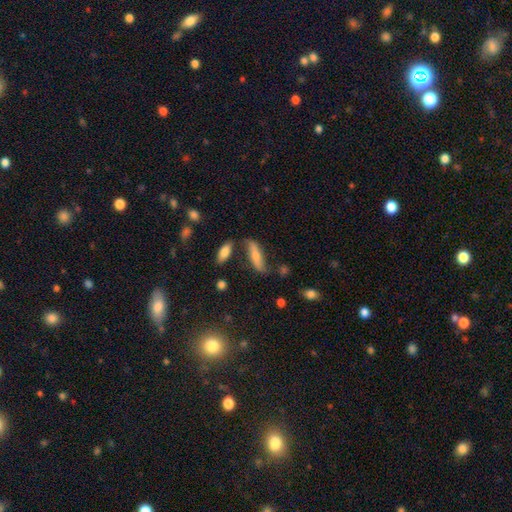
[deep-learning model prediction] Morphology: type=smooth (56%); roundness=cigar-shaped (64%); merging=none (63%).